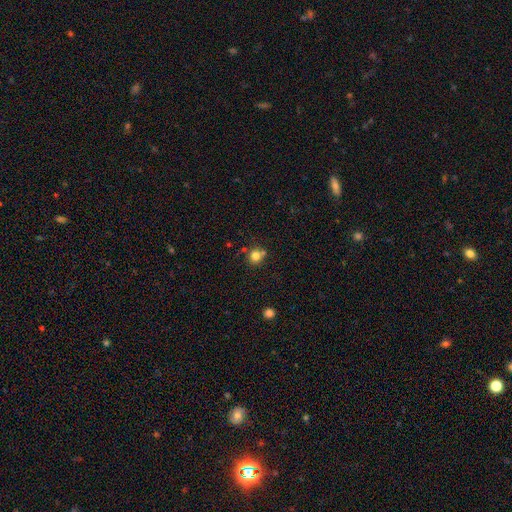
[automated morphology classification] Q: Smooth or featured?
A: smooth (79%); runner-up: star or artifact (13%)
Q: How rounded?
A: round (90%); runner-up: in between (9%)
Q: Merging?
A: none (67%); runner-up: merger (19%)